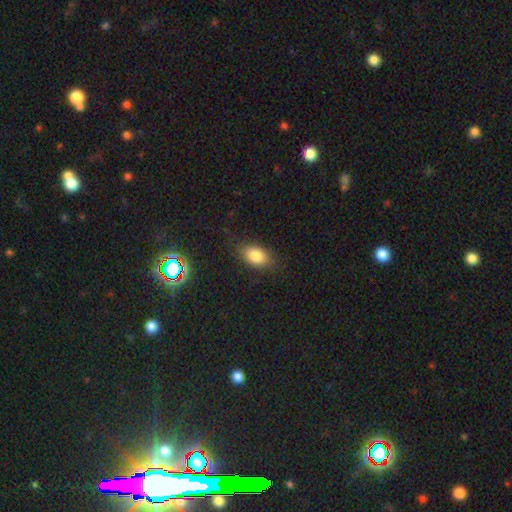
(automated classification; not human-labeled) Smooth or featured? Predicted: smooth (p=0.81). How rounded? Predicted: in between (p=0.85). Merging? Predicted: none (p=0.80).